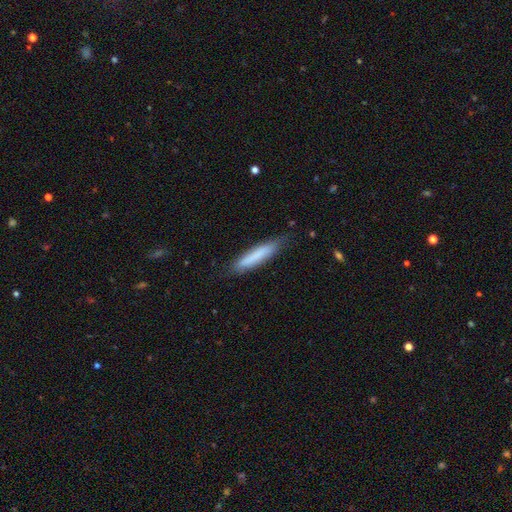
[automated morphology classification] Q: Smooth or featured?
A: smooth (77%); runner-up: featured or disk (16%)
Q: How rounded?
A: cigar-shaped (90%); runner-up: in between (8%)
Q: Merging?
A: none (81%); runner-up: minor disturbance (15%)